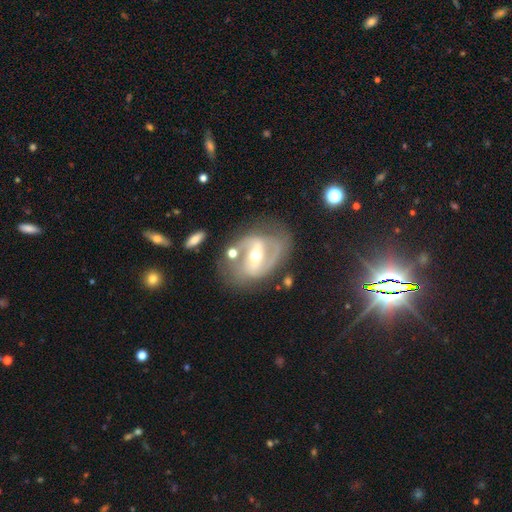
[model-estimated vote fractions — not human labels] Q: Smooth or featured?
A: featured or disk (85%); runner-up: smooth (9%)
Q: Edge-on disk?
A: no (95%); runner-up: yes (5%)
Q: Bar?
A: strong (60%); runner-up: weak (28%)
Q: Spiral arms?
A: yes (84%); runner-up: no (16%)
Q: Spiral winding?
A: medium (47%); runner-up: loose (27%)
Q: Spiral arm count?
A: 2 (82%); runner-up: can't tell (9%)
Q: Bulge size?
A: moderate (61%); runner-up: small (34%)
Q: Merging?
A: none (64%); runner-up: minor disturbance (18%)